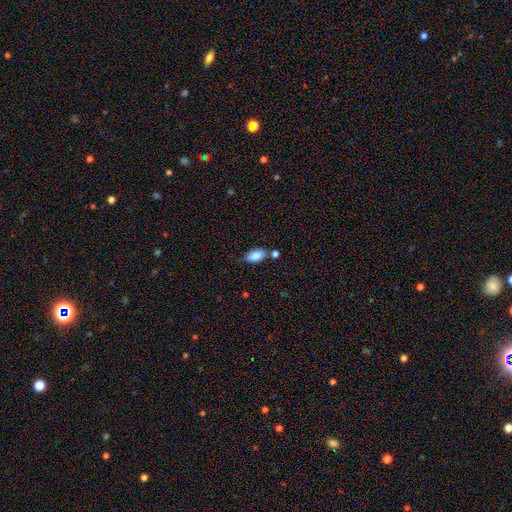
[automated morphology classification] Q: Smooth or featured?
A: smooth (87%); runner-up: star or artifact (7%)
Q: How rounded?
A: in between (93%); runner-up: cigar-shaped (4%)
Q: Merging?
A: none (70%); runner-up: minor disturbance (14%)